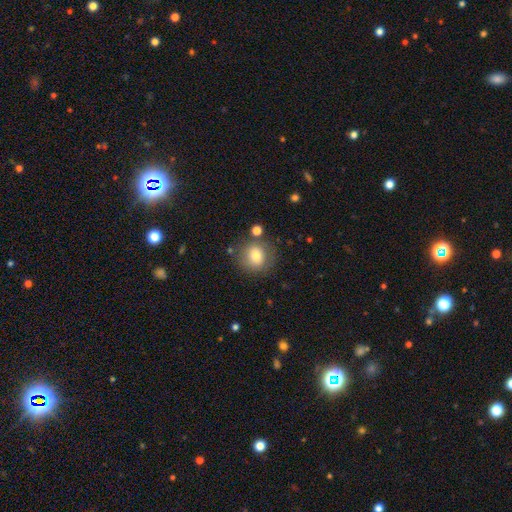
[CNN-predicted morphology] The model was most divided on "smooth or featured": smooth: 76%, featured or disk: 13%, star or artifact: 10%. More confident: how rounded — round (84%); merging — none (76%).